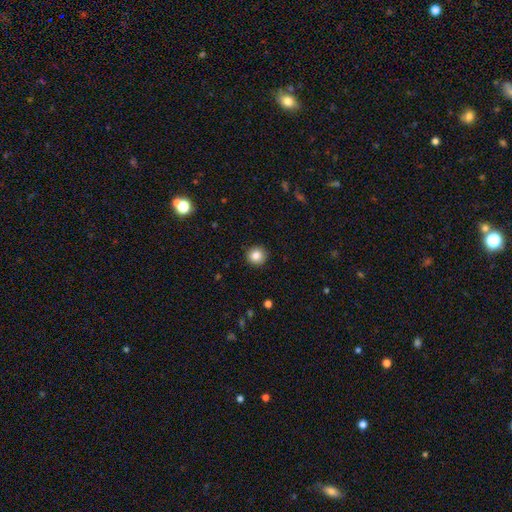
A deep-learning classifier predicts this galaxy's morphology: Smooth or featured? Predicted: smooth (p=0.84). How rounded? Predicted: round (p=0.93). Merging? Predicted: none (p=0.91).